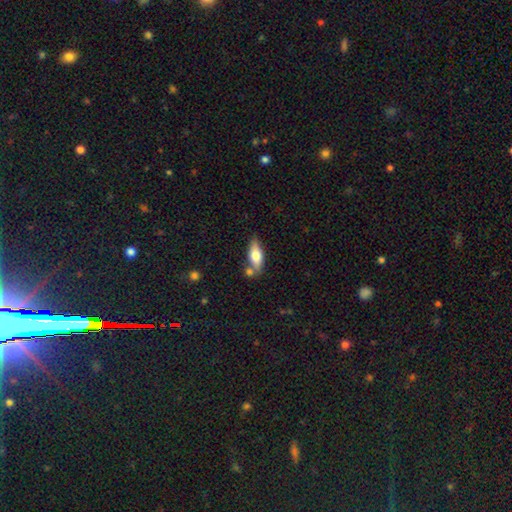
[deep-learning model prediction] Morphology: type=smooth (66%); roundness=in between (73%); merging=none (65%).